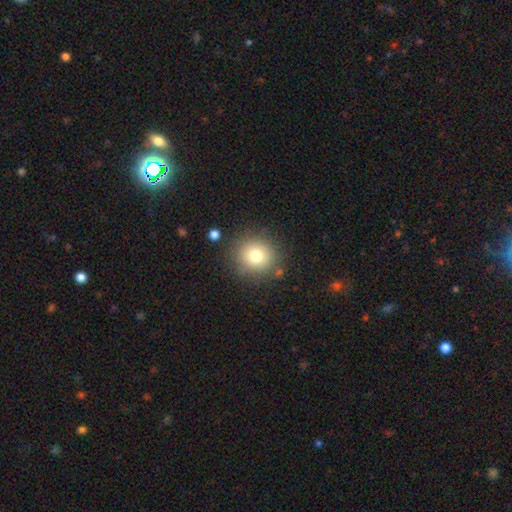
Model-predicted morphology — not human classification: The model was most divided on "smooth or featured": smooth: 77%, star or artifact: 12%, featured or disk: 10%. More confident: how rounded — round (90%); merging — none (85%).